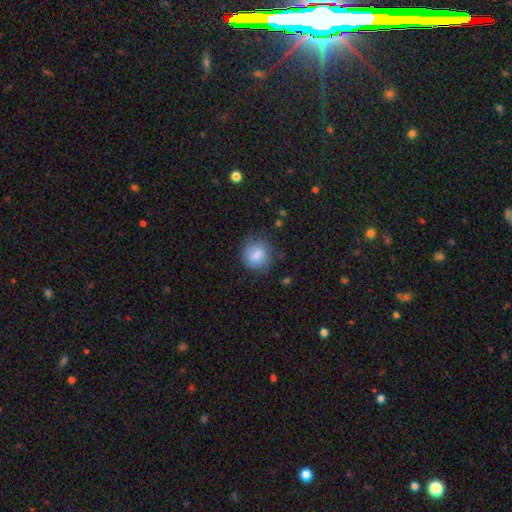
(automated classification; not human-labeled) Overall: smooth (79%). How rounded: round (77%). Merging: none (75%).